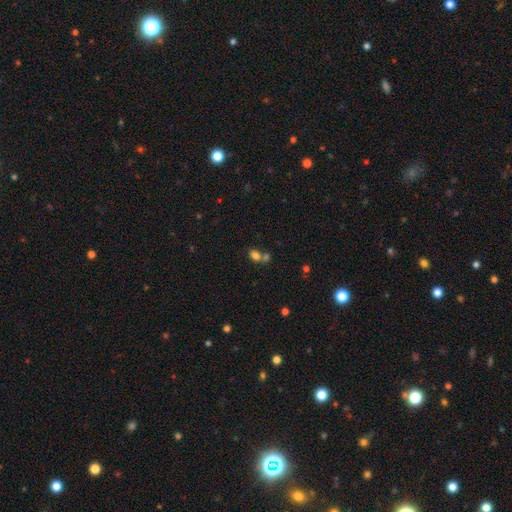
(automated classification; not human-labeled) Smooth or featured?
  - smooth: 76% *
  - star or artifact: 14%
  - featured or disk: 10%
How rounded?
  - in between: 74% *
  - round: 25%
  - cigar-shaped: 2%
Merging?
  - merger: 45% *
  - none: 42%
  - minor disturbance: 9%
  - major disturbance: 4%